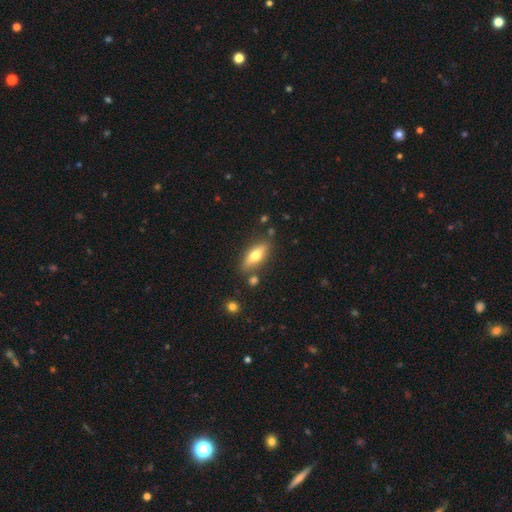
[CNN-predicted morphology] type=smooth (53%); roundness=in between (61%); merging=none (80%).